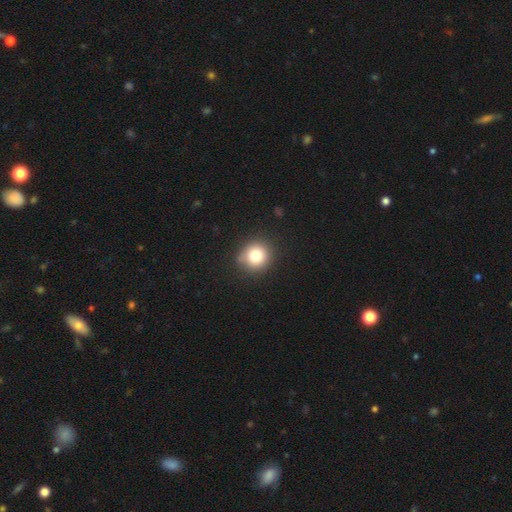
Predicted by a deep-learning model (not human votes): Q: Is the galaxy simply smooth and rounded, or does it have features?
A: smooth — 79%.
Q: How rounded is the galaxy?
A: round — 89%.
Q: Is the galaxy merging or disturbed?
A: none — 86%.